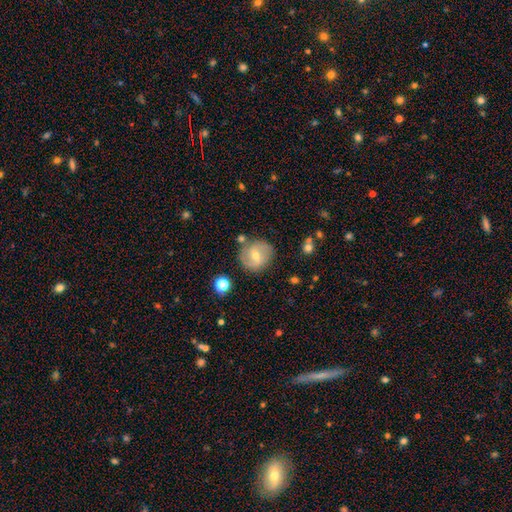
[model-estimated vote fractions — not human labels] Smooth or featured? featured or disk (59%)
Edge-on disk? no (97%)
Bar? weak (51%)
Spiral arms? yes (80%)
Bulge size? moderate (53%)
Merging? none (77%)